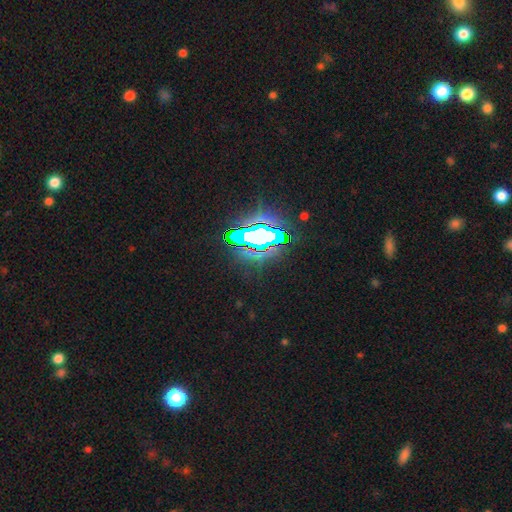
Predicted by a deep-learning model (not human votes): Smooth or featured? star or artifact (83%)